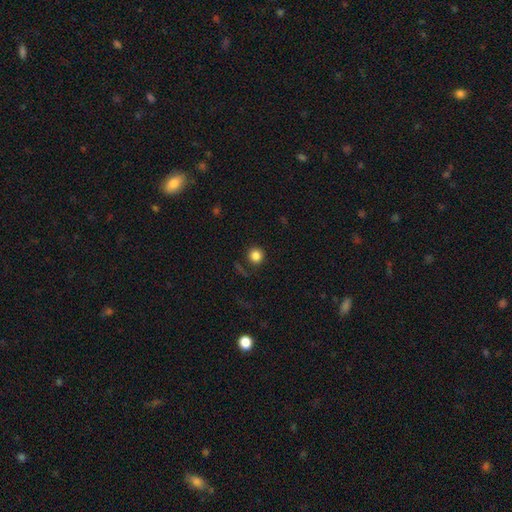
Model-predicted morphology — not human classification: The model was most divided on "smooth or featured": smooth: 84%, star or artifact: 11%, featured or disk: 5%. More confident: how rounded — round (93%); merging — none (85%).